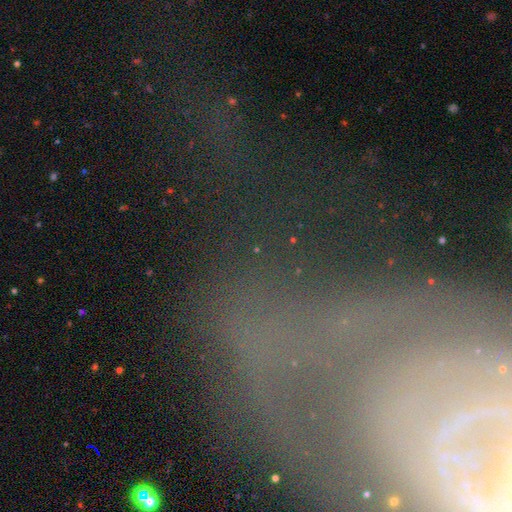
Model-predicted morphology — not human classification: featured or disk 55%, star or artifact 26%, smooth 19%. Down the decision tree: edge-on disk — no (87%); merging — none (54%).